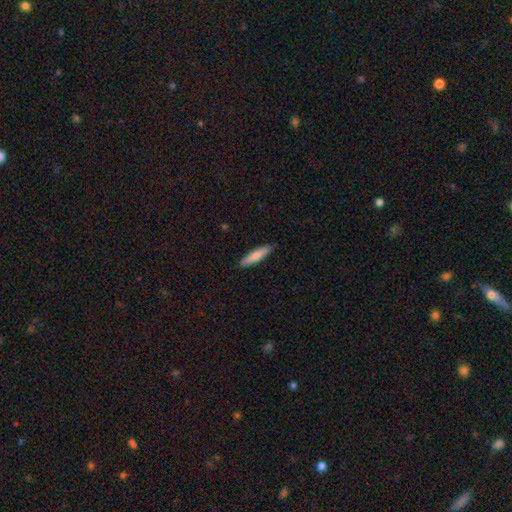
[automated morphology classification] The model was most divided on "smooth or featured": smooth: 79%, featured or disk: 16%, star or artifact: 5%. More confident: merging — none (90%); how rounded — cigar-shaped (84%).